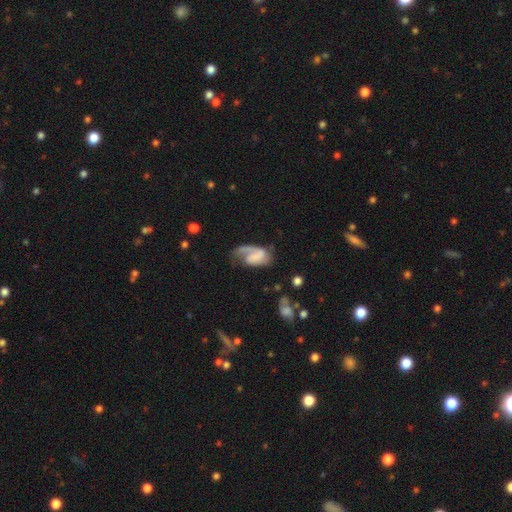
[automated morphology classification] The model was most divided on "spiral winding" (2-way tie): medium: 37%, loose: 37%, tight: 26%. Remaining: edge-on disk — no (97%); spiral arms — yes (86%); spiral arm count — 1 (63%); smooth or featured — featured or disk (60%); bulge size — none (59%); bar — no (53%); merging — none (37%).